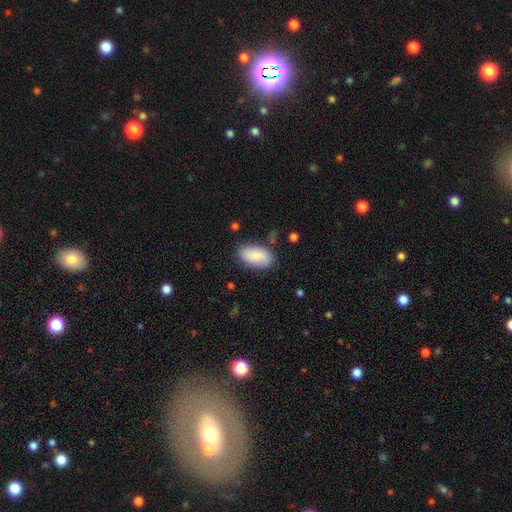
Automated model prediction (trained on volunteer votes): Smooth or featured?
  - smooth: 85% *
  - featured or disk: 9%
  - star or artifact: 6%
How rounded?
  - in between: 94% *
  - round: 3%
  - cigar-shaped: 3%
Merging?
  - none: 77% *
  - minor disturbance: 16%
  - major disturbance: 4%
  - merger: 3%